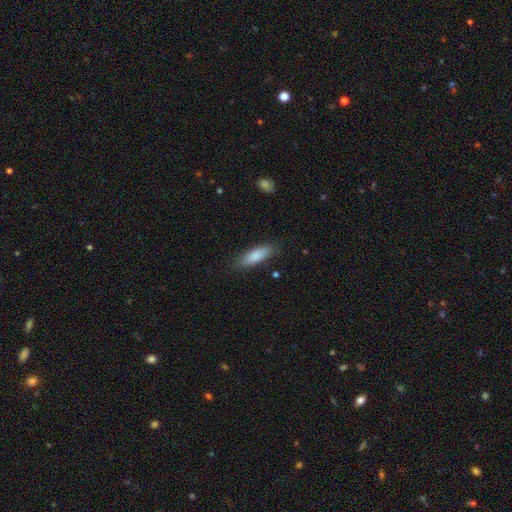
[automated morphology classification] smooth-or-featured: smooth: 83% | featured or disk: 11% | star or artifact: 6%
  how-rounded: in between: 53% | cigar-shaped: 46% | round: 2%
  merging: none: 83% | minor disturbance: 12% | major disturbance: 3% | merger: 2%